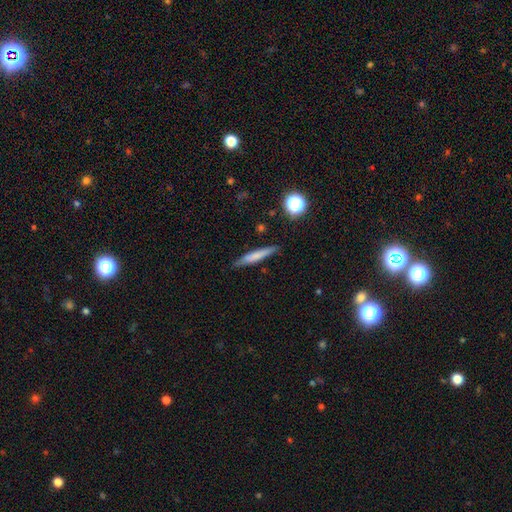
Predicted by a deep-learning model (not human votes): Overall: smooth (67%). How rounded: cigar-shaped (92%). Merging: none (85%).